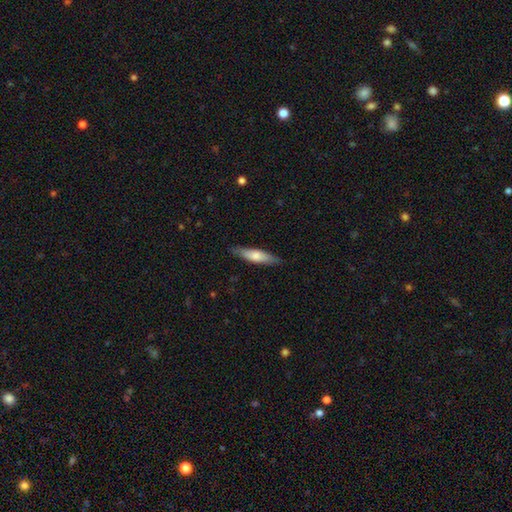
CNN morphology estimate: smooth-or-featured: smooth: 62% | featured or disk: 33% | star or artifact: 5%
  how-rounded: cigar-shaped: 73% | in between: 26% | round: 2%
  merging: none: 86% | minor disturbance: 11% | major disturbance: 2% | merger: 1%